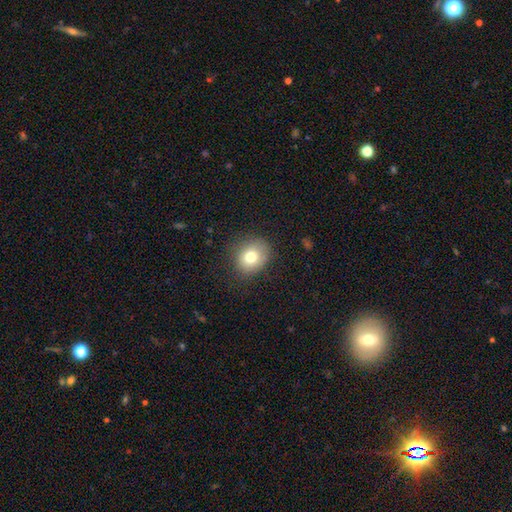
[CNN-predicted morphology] Smooth or featured: smooth — 74% (star or artifact — 16%)
How rounded: round — 78% (in between — 21%)
Merging: none — 88% (minor disturbance — 9%)